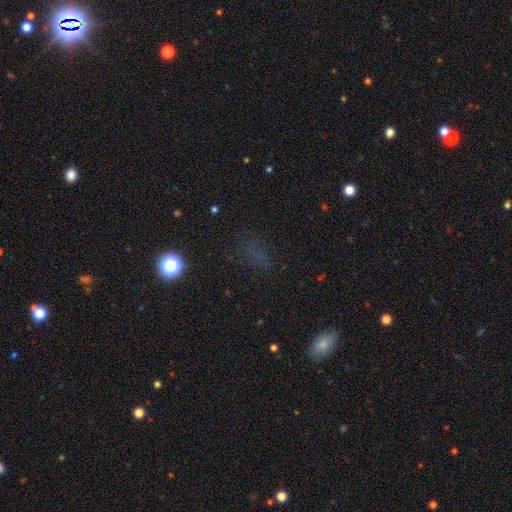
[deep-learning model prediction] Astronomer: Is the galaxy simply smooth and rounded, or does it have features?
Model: star or artifact — 46% (runner-up: smooth, 42%).